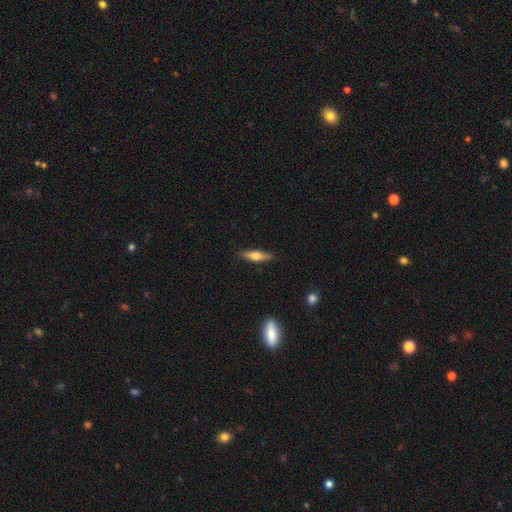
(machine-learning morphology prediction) Smooth or featured: smooth — 53% (featured or disk — 40%)
How rounded: cigar-shaped — 65% (in between — 32%)
Merging: none — 87% (minor disturbance — 10%)